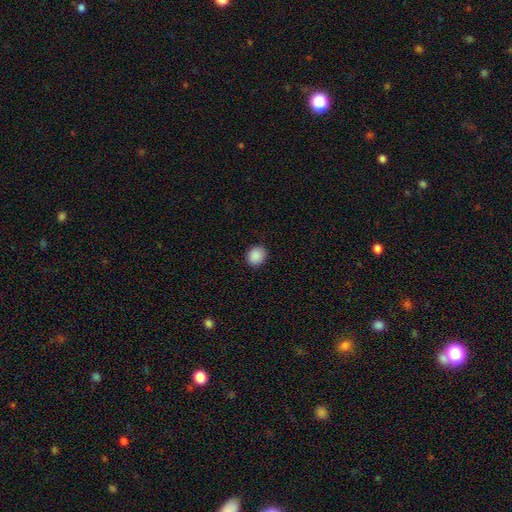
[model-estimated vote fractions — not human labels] Q: Smooth or featured?
A: smooth (89%); runner-up: star or artifact (8%)
Q: How rounded?
A: round (74%); runner-up: in between (25%)
Q: Merging?
A: none (89%); runner-up: minor disturbance (8%)